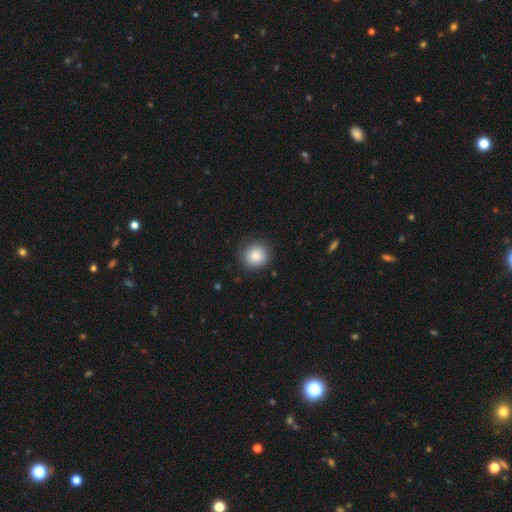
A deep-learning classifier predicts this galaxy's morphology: Q: Smooth or featured?
A: smooth (83%); runner-up: featured or disk (9%)
Q: How rounded?
A: round (89%); runner-up: in between (10%)
Q: Merging?
A: none (80%); runner-up: minor disturbance (15%)